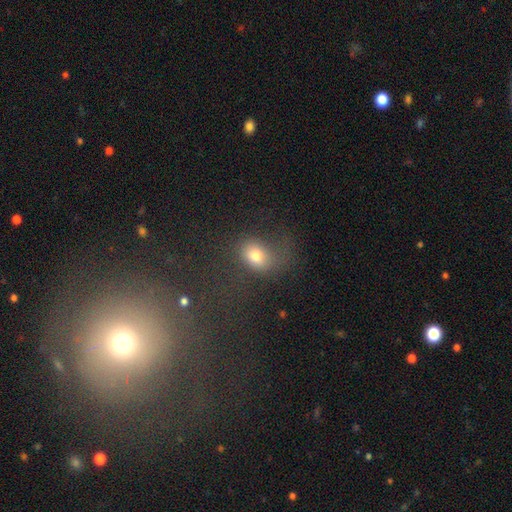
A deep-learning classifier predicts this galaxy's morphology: Smooth or featured? Predicted: smooth (p=0.71). How rounded? Predicted: in between (p=0.63). Merging? Predicted: none (p=0.49).